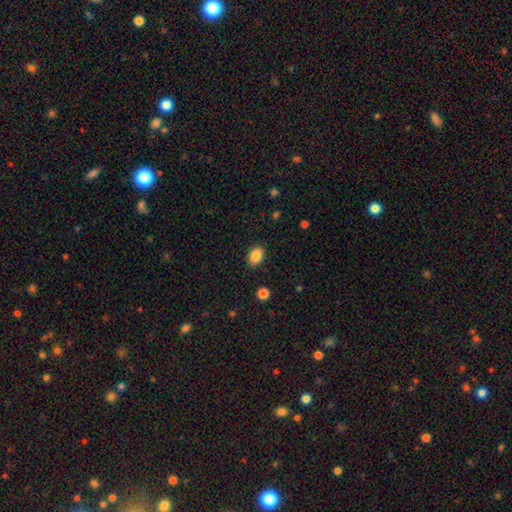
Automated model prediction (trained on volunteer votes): Smooth or featured? Predicted: smooth (p=0.88). How rounded? Predicted: in between (p=0.80). Merging? Predicted: none (p=0.88).